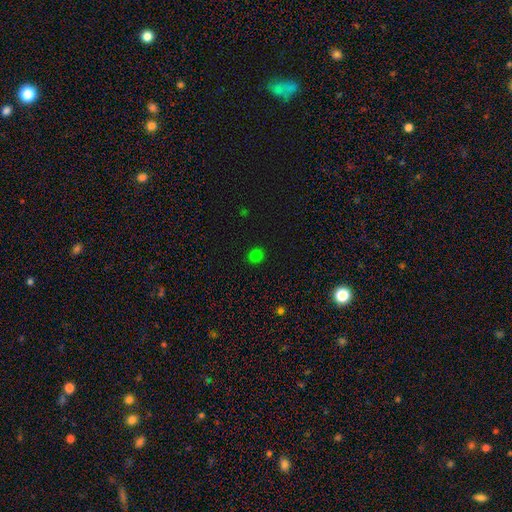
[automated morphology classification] This appears to be a smooth galaxy with no disk features (79%) that is round (82%). Merging: none (91%).